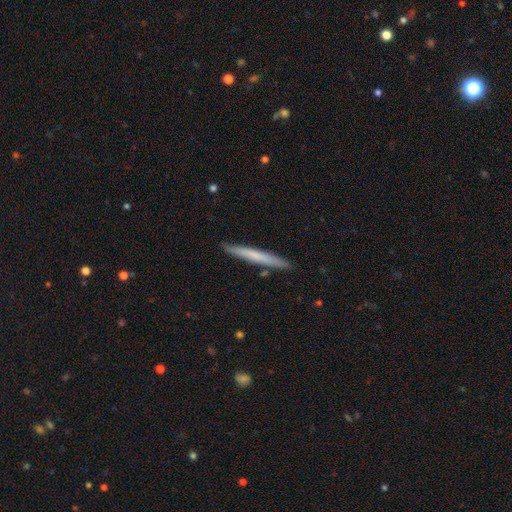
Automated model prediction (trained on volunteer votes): smooth 59%, featured or disk 35%, star or artifact 6%. Down the decision tree: how rounded — cigar-shaped (97%); merging — none (90%).